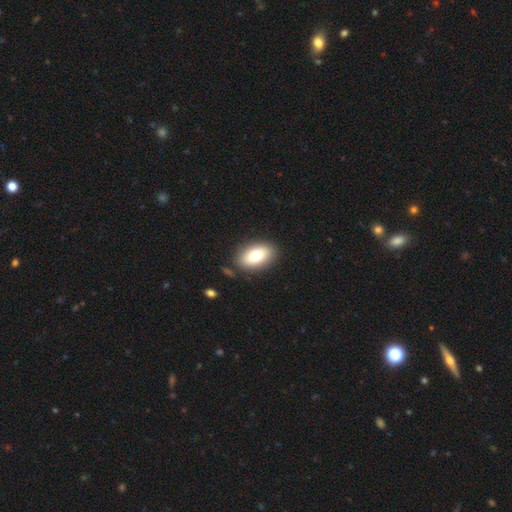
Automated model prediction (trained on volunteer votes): This is likely a smooth galaxy (77%). How rounded: clearly in between (91%). Merging: clearly none (85%).